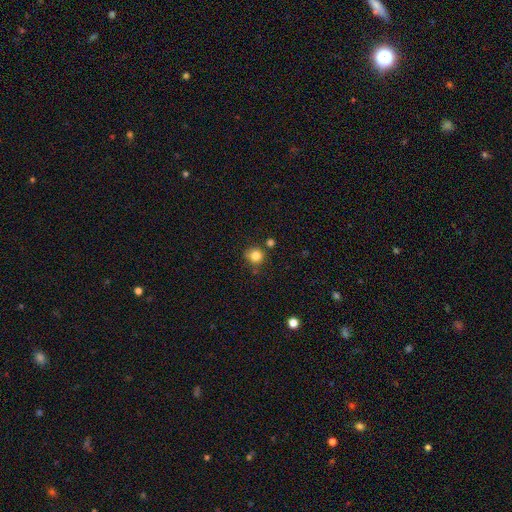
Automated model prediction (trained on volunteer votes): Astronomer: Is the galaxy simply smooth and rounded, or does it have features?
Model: smooth — 82%.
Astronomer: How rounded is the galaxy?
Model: round — 92%.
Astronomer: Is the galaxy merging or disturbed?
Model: none — 79%.